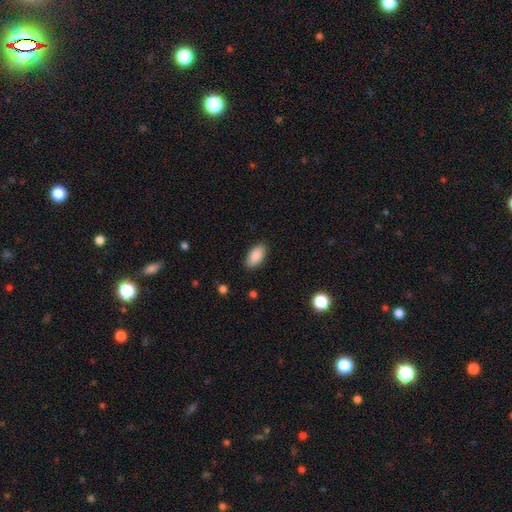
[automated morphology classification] A smooth galaxy with no disk features (89%) that is in between round and cigar-shaped (94%). Merging: none (87%).